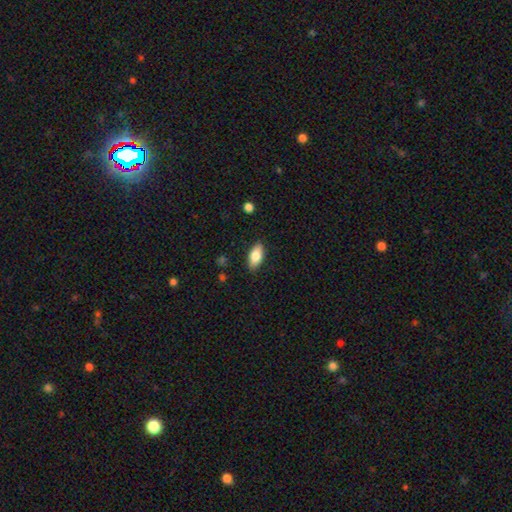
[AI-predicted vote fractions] Morphology: type=smooth (81%); roundness=in between (89%); merging=none (87%).